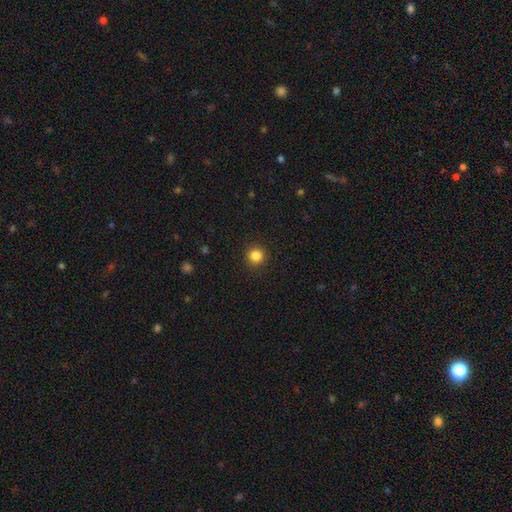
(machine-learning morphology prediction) A smooth galaxy with no disk features (85%) that is round (94%).

Vote fractions:
- Smooth or featured? smooth: 85% / star or artifact: 11% / featured or disk: 4%
- How rounded? round: 94% / in between: 5% / cigar-shaped: 1%
- Merging? none: 92% / minor disturbance: 5% / major disturbance: 2% / merger: 1%